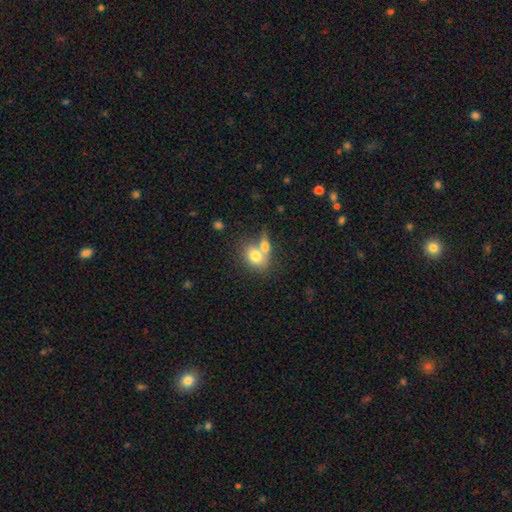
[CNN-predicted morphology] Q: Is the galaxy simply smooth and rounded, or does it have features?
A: smooth — 75%.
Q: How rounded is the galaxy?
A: in between — 73%.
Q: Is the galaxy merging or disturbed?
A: merger — 54%.